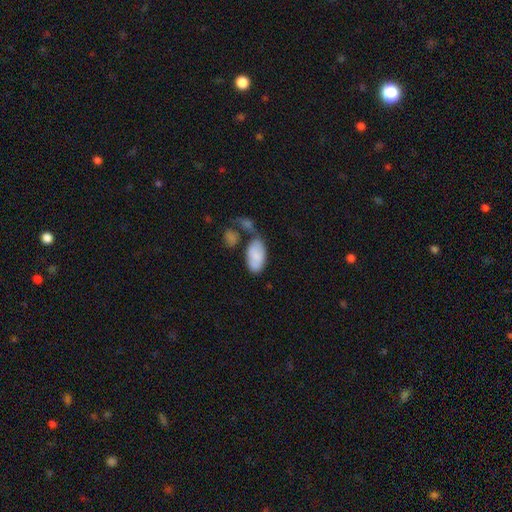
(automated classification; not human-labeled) The model was most divided on "merging": none: 45%, merger: 27%, minor disturbance: 19%, major disturbance: 9%. More confident: how rounded — in between (95%); smooth or featured — smooth (82%).